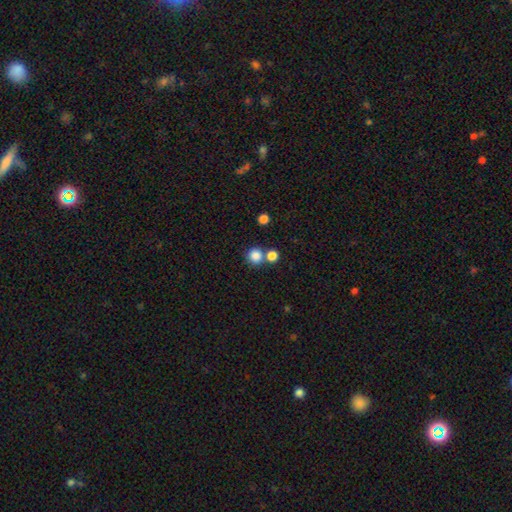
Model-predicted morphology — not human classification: Smooth or featured? Predicted: smooth (p=0.84). How rounded? Predicted: round (p=0.92). Merging? Predicted: none (p=0.66).